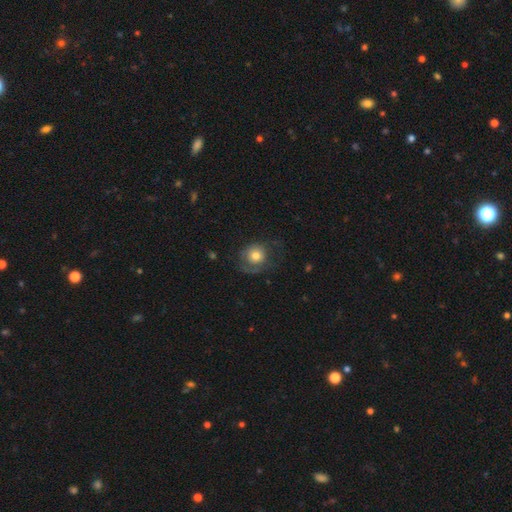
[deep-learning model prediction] A smooth galaxy with no disk features (63%) that is round (81%). Merging: none (51%).